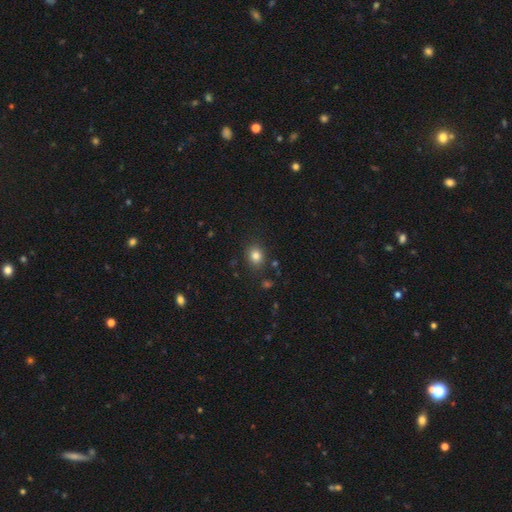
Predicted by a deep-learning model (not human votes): smooth_or_featured: smooth (p=0.82) [alt: star or artifact p=0.12]
how_rounded: round (p=0.61) [alt: in between p=0.38]
merging: none (p=0.84) [alt: minor disturbance p=0.10]